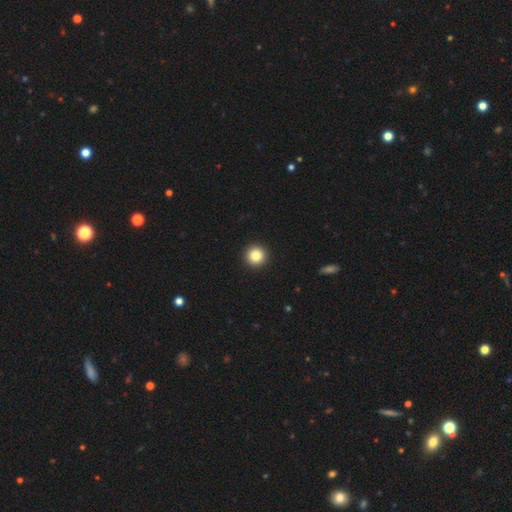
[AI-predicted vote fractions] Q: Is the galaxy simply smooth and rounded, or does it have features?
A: smooth — 84%.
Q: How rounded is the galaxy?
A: round — 96%.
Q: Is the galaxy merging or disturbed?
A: none — 94%.